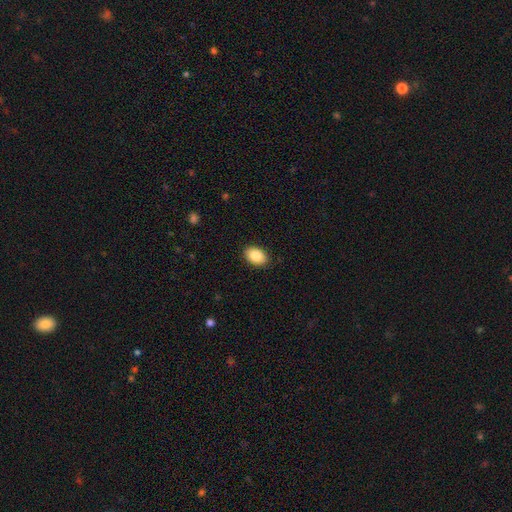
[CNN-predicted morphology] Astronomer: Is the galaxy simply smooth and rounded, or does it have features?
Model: smooth — 88%.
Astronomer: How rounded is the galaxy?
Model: in between — 87%.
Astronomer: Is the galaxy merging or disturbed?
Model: none — 88%.